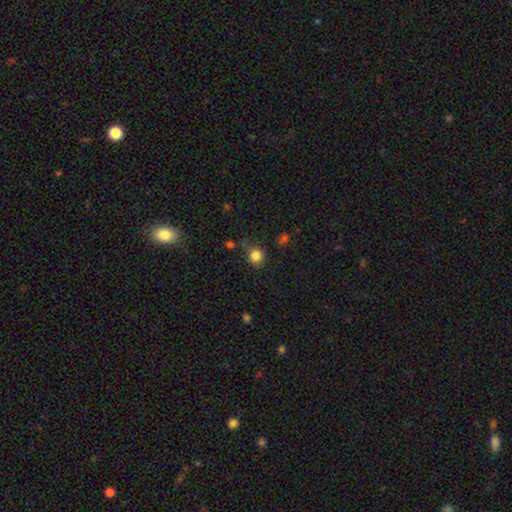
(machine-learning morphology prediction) A smooth galaxy with no disk features (84%) that is round (87%).

Vote fractions:
- Smooth or featured? smooth: 84% / star or artifact: 12% / featured or disk: 5%
- How rounded? round: 87% / in between: 12% / cigar-shaped: 1%
- Merging? none: 78% / minor disturbance: 14% / merger: 4% / major disturbance: 4%